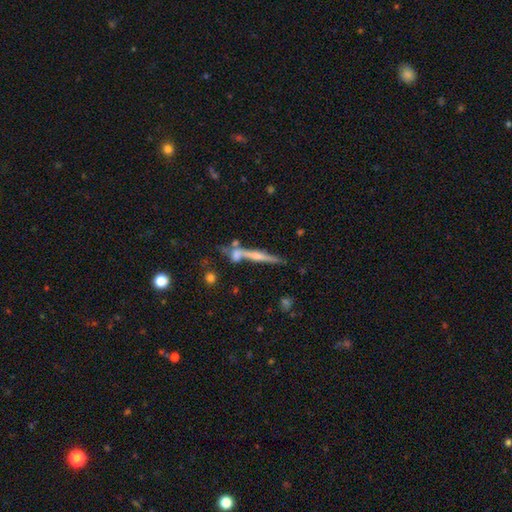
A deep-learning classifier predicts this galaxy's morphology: featured or disk 67%, smooth 24%, star or artifact 9%. Down the decision tree: edge-on disk — yes (94%); edge-on bulge — rounded (70%); merging — none (64%).